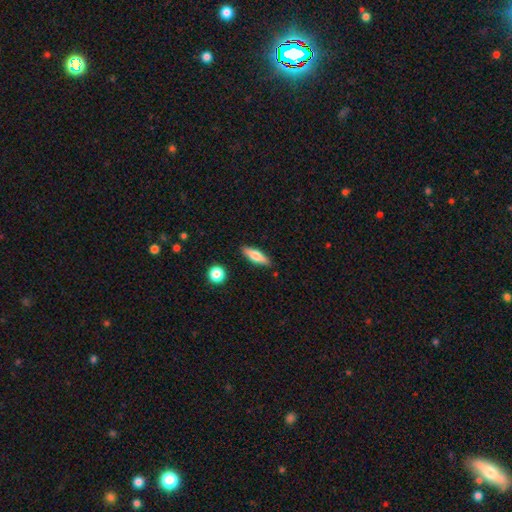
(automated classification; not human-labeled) smooth 66%, featured or disk 27%, star or artifact 7%. Down the decision tree: how rounded — cigar-shaped (51%); merging — none (86%).